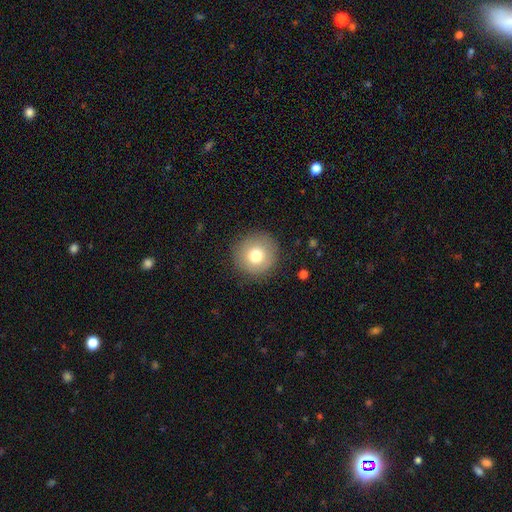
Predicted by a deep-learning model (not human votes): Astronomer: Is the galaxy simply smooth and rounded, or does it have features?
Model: smooth — 75%.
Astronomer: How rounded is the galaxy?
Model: round — 95%.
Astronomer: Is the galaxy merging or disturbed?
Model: none — 89%.